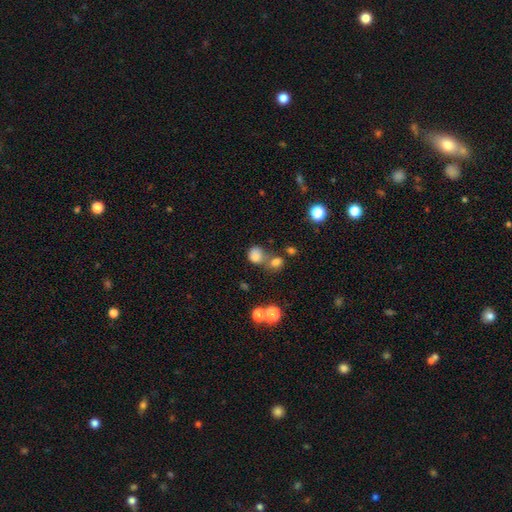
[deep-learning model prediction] Morphology: type=smooth (78%); roundness=round (69%); merging=none (42%).